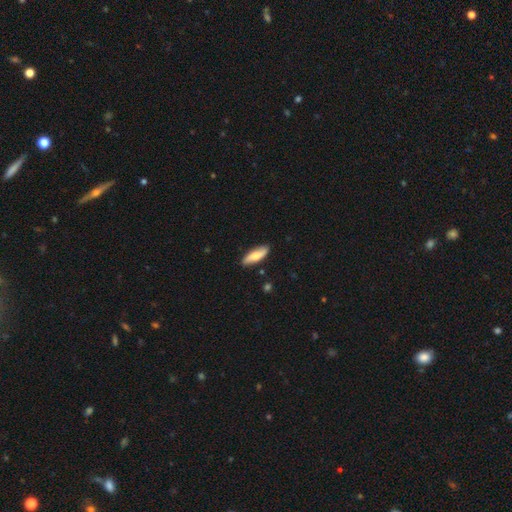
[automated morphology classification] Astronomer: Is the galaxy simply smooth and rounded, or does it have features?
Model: smooth — 59% (runner-up: featured or disk, 35%).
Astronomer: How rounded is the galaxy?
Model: in between — 56% (runner-up: cigar-shaped, 42%).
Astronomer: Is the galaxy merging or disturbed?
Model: none — 86%.